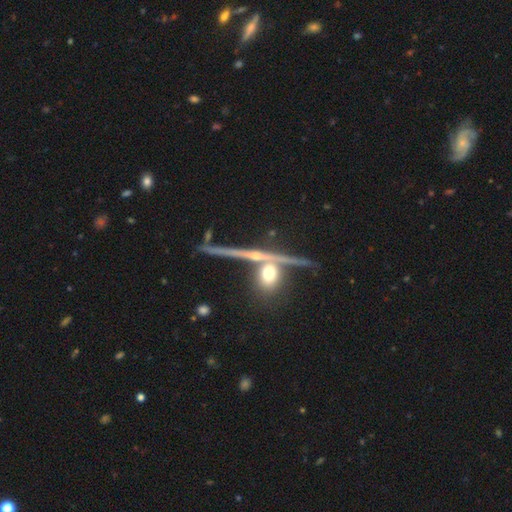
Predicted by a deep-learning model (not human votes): This appears to be a featured or disk galaxy (67%) viewed edge-on (92%) with a rounded central bulge (60%). Merging: none (71%).